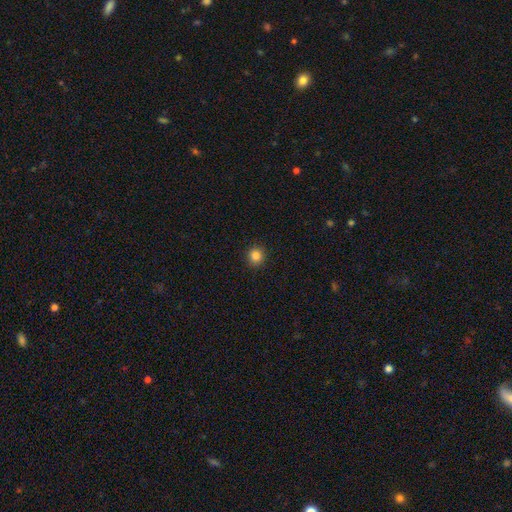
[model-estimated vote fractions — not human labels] A smooth galaxy with no disk features (84%) that is round (91%).

Vote fractions:
- Smooth or featured? smooth: 84% / star or artifact: 11% / featured or disk: 4%
- How rounded? round: 91% / in between: 8% / cigar-shaped: 1%
- Merging? none: 92% / minor disturbance: 5% / major disturbance: 2% / merger: 1%